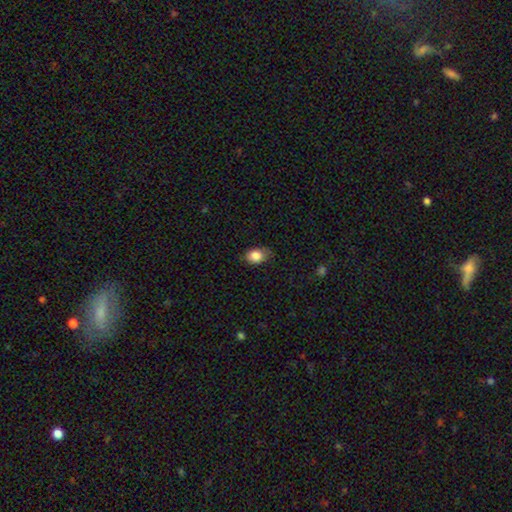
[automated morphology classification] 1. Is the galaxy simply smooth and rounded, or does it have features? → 84% smooth, 9% star or artifact, 7% featured or disk.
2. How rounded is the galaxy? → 67% in between, 32% round, 1% cigar-shaped.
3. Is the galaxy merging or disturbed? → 72% none, 23% minor disturbance, 5% major disturbance, 1% merger.